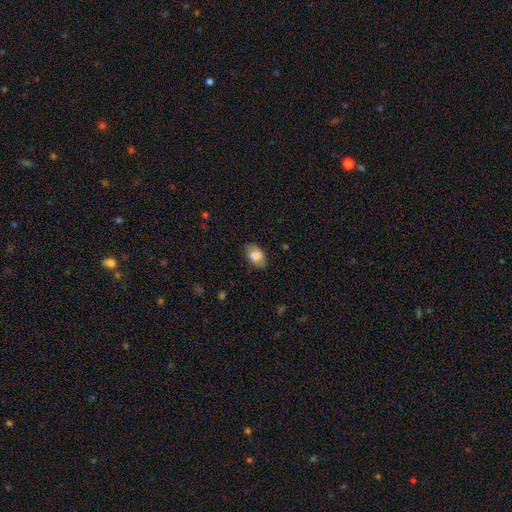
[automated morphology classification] A smooth galaxy with no disk features (77%) that is in between round and cigar-shaped (90%).

Vote fractions:
- Smooth or featured? smooth: 77% / featured or disk: 15% / star or artifact: 7%
- How rounded? in between: 90% / round: 9% / cigar-shaped: 1%
- Merging? none: 80% / minor disturbance: 15% / major disturbance: 3% / merger: 1%